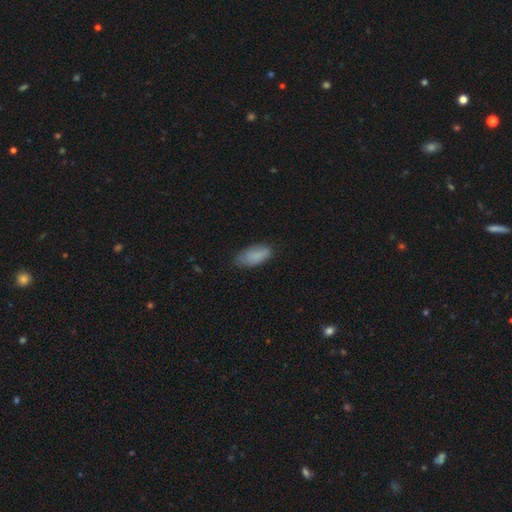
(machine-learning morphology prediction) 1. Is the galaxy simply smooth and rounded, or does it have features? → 85% smooth, 9% featured or disk, 7% star or artifact.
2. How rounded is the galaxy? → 87% in between, 11% cigar-shaped, 2% round.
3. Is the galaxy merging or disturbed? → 69% none, 25% minor disturbance, 5% major disturbance, 1% merger.